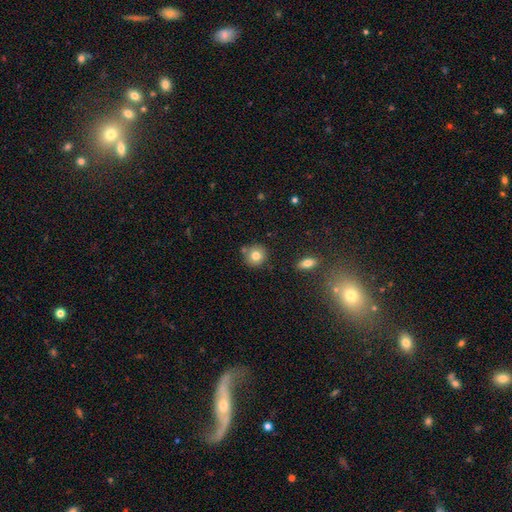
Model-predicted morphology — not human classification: Smooth or featured? smooth (79%)
How rounded? round (90%)
Merging? none (78%)